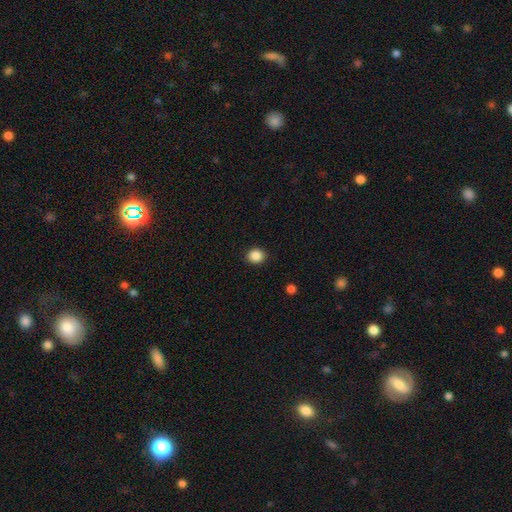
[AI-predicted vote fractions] This appears to be a smooth galaxy with no disk features (87%) that is round (77%). Merging: none (91%).